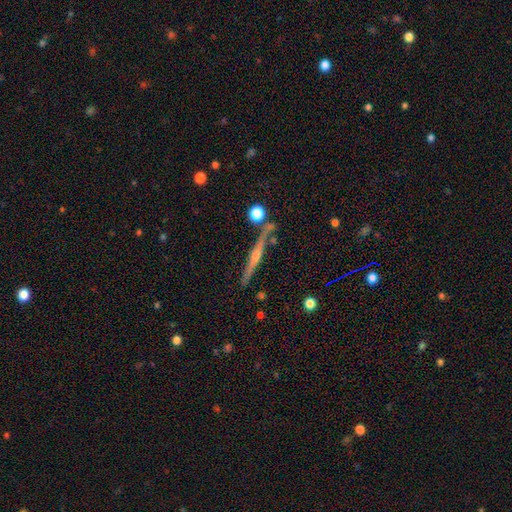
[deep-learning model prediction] Smooth or featured: featured or disk — 76% (smooth — 16%)
Edge-on disk: yes — 97% (no — 3%)
Edge-on bulge: rounded — 82% (none — 12%)
Merging: none — 81% (minor disturbance — 10%)